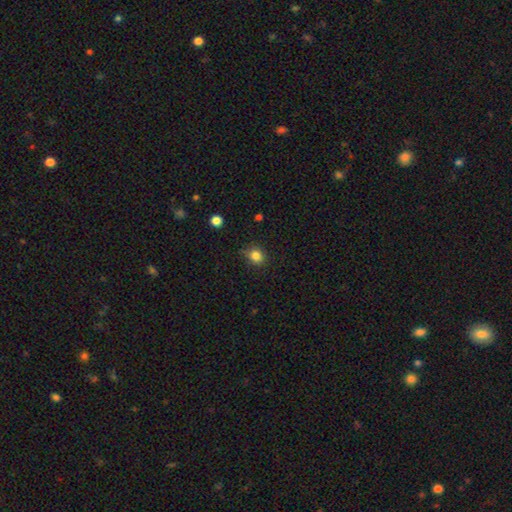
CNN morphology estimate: This is clearly a smooth galaxy (83%). How rounded: likely round (76%). Merging: likely none (79%).